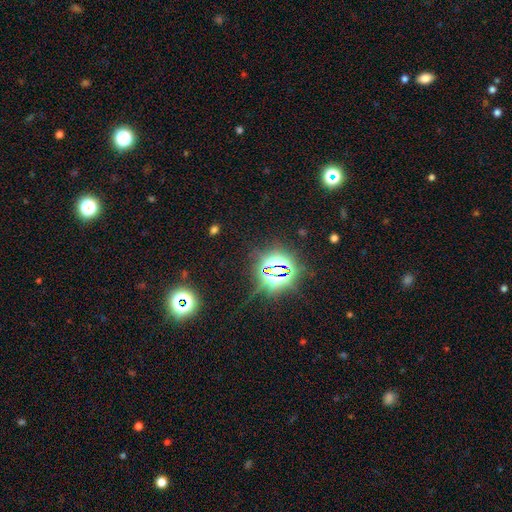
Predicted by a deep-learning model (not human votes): star or artifact 80%, smooth 14%, featured or disk 6%.